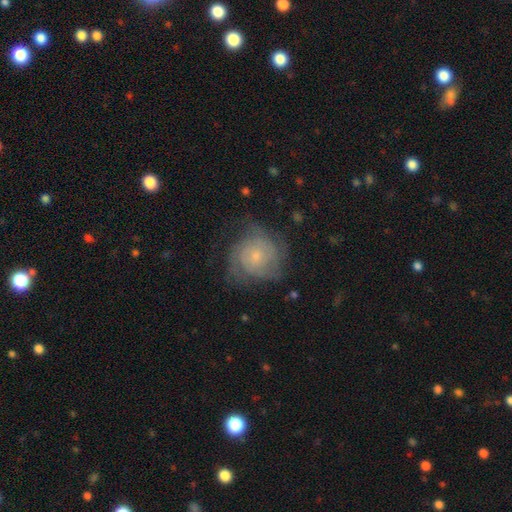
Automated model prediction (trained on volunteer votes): Q: Smooth or featured?
A: featured or disk (68%); runner-up: smooth (25%)
Q: Edge-on disk?
A: no (98%); runner-up: yes (2%)
Q: Bar?
A: no (80%); runner-up: weak (17%)
Q: Spiral arms?
A: yes (89%); runner-up: no (11%)
Q: Spiral winding?
A: tight (62%); runner-up: medium (30%)
Q: Spiral arm count?
A: can't tell (39%); runner-up: 2 (23%)
Q: Bulge size?
A: small (69%); runner-up: moderate (24%)
Q: Merging?
A: none (61%); runner-up: minor disturbance (23%)